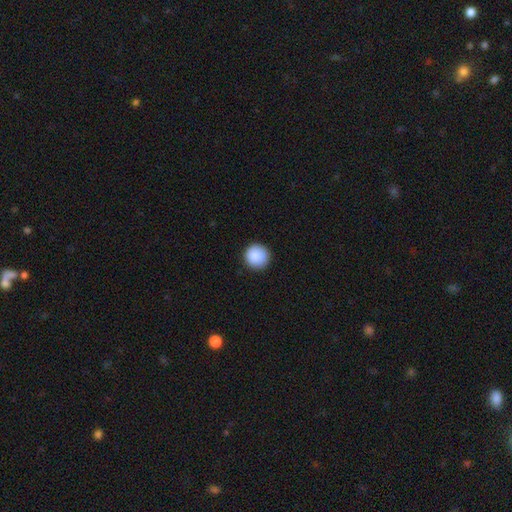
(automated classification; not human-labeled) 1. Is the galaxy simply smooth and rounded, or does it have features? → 89% smooth, 8% star or artifact, 3% featured or disk.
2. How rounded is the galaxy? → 96% round, 3% in between, 1% cigar-shaped.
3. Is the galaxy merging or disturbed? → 91% none, 6% minor disturbance, 2% major disturbance, 1% merger.